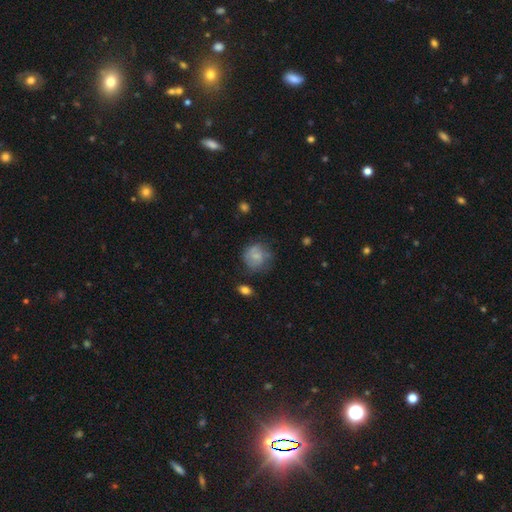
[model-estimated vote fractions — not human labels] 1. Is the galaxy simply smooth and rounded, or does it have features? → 61% smooth, 29% featured or disk, 9% star or artifact.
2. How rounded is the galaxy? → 80% round, 19% in between, 1% cigar-shaped.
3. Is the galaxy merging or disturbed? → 58% none, 26% minor disturbance, 13% major disturbance, 3% merger.